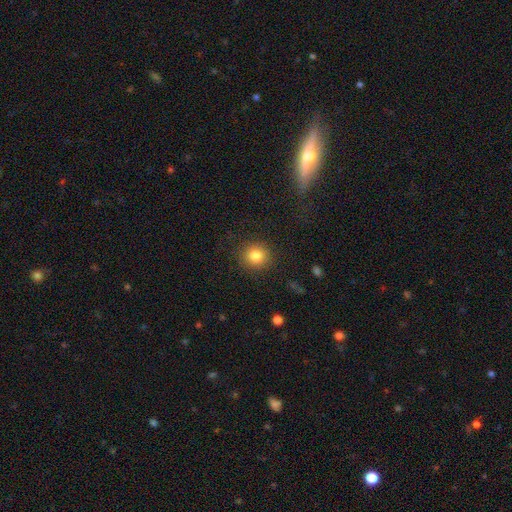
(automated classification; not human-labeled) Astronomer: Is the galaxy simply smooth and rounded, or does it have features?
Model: smooth — 84%.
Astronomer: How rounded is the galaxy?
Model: round — 89%.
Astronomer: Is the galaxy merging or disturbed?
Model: none — 89%.